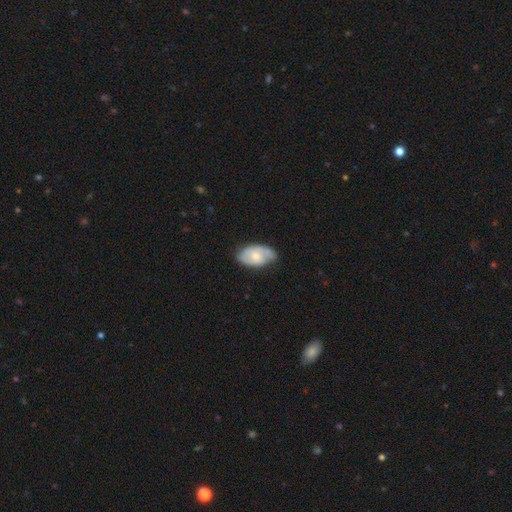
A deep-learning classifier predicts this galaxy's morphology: The model was most divided on "bulge size": small: 50%, moderate: 45%, large: 2%, none: 2%, dominant: 1%. More confident: edge-on disk — no (94%); spiral arms — yes (79%); bar — no (68%); merging — none (65%); smooth or featured — featured or disk (57%).